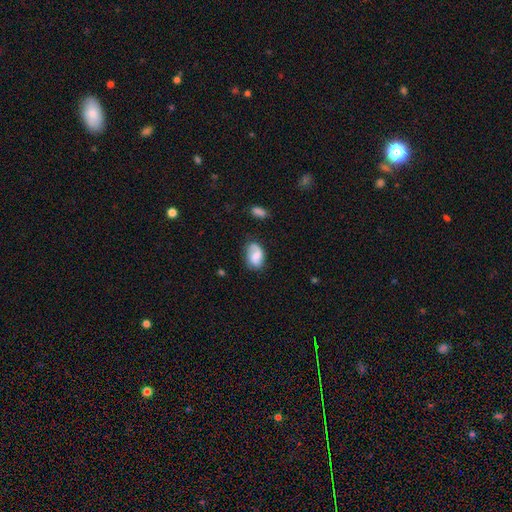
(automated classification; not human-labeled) A smooth galaxy with no disk features (51%) that is in between round and cigar-shaped (84%).

Vote fractions:
- Smooth or featured? smooth: 51% / featured or disk: 41% / star or artifact: 8%
- How rounded? in between: 84% / round: 14% / cigar-shaped: 2%
- Merging? none: 60% / minor disturbance: 27% / major disturbance: 10% / merger: 3%